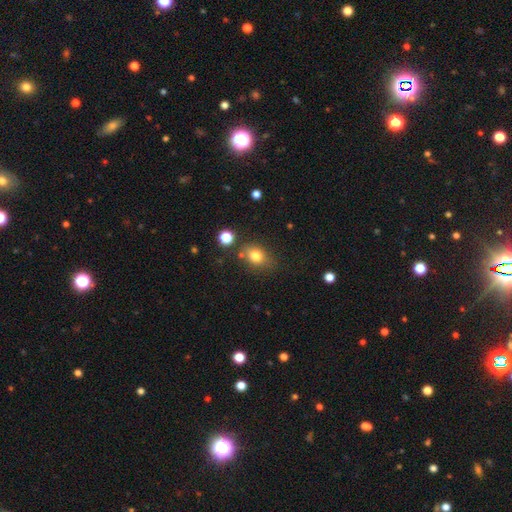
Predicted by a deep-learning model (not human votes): Smooth or featured? smooth (78%)
How rounded? in between (54%)
Merging? none (71%)